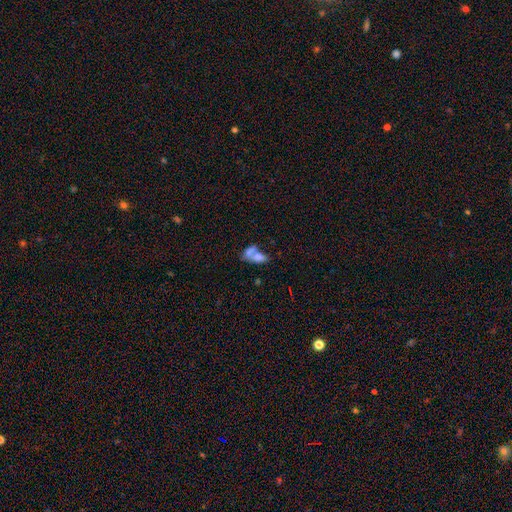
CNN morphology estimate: Smooth or featured? smooth (67%)
How rounded? in between (84%)
Merging? merger (66%)